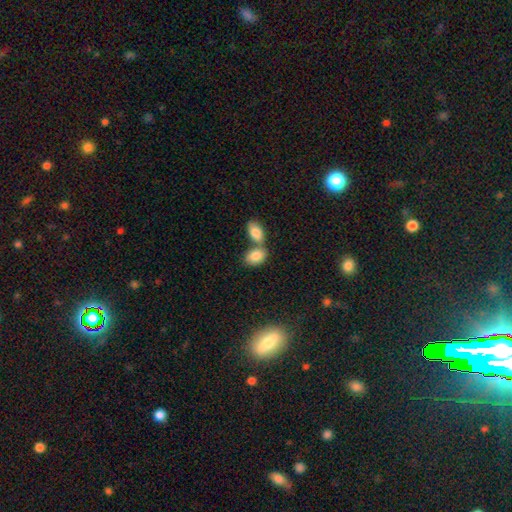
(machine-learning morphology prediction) smooth 83%, featured or disk 9%, star or artifact 8%. Down the decision tree: how rounded — in between (86%); merging — merger (47%).